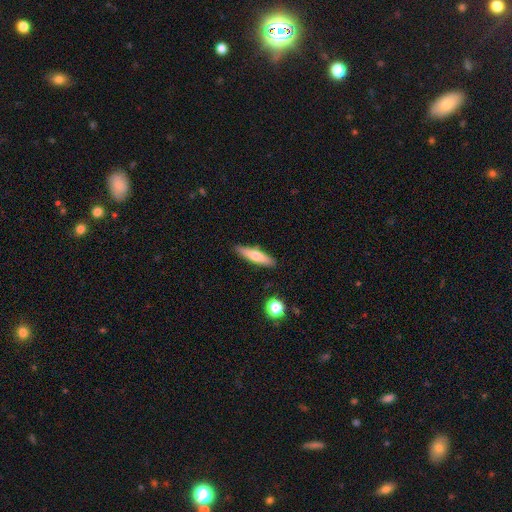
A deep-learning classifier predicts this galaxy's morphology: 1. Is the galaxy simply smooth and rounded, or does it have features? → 65% smooth, 28% featured or disk, 7% star or artifact.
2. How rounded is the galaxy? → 79% cigar-shaped, 19% in between, 2% round.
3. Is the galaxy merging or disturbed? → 88% none, 9% minor disturbance, 2% merger, 2% major disturbance.